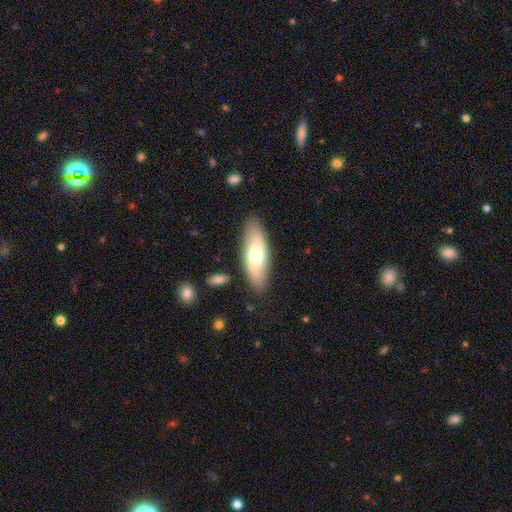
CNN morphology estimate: Q: Smooth or featured?
A: smooth (66%); runner-up: featured or disk (28%)
Q: How rounded?
A: in between (66%); runner-up: cigar-shaped (31%)
Q: Merging?
A: none (84%); runner-up: minor disturbance (11%)